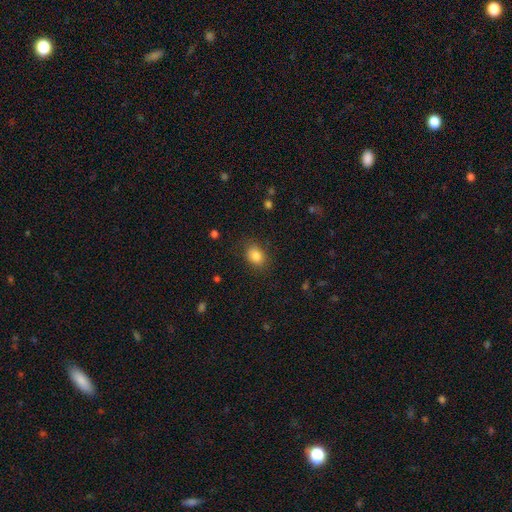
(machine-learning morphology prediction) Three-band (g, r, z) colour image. It shows a smooth galaxy with no disk features (84%) that is in between round and cigar-shaped (61%). Merging: none (81%).